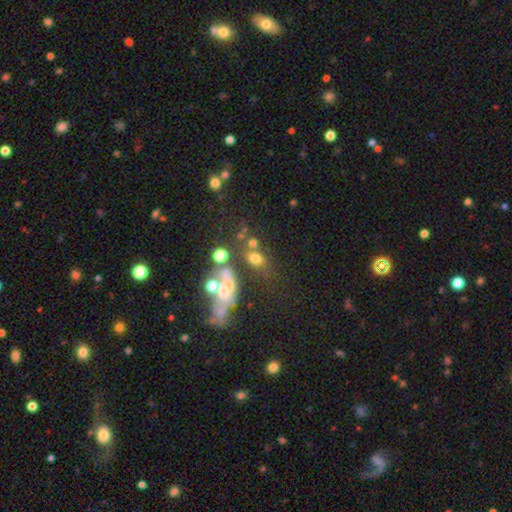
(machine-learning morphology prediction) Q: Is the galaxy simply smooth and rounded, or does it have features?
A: smooth — 36%.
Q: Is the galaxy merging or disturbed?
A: none — 39%.